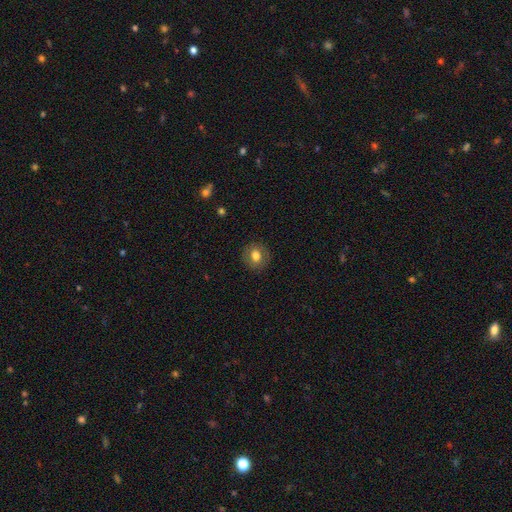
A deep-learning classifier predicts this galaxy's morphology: Overall: smooth (76%). How rounded: round (79%). Merging: none (89%).